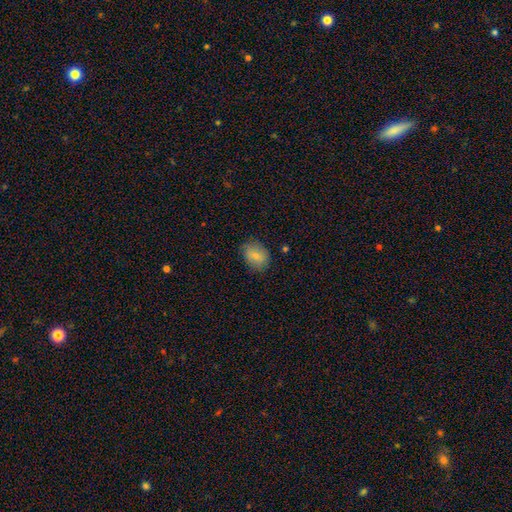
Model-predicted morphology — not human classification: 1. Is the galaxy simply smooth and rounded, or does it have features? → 78% smooth, 14% featured or disk, 8% star or artifact.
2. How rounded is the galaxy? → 67% in between, 32% round, 1% cigar-shaped.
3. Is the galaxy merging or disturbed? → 77% none, 18% minor disturbance, 4% major disturbance, 1% merger.